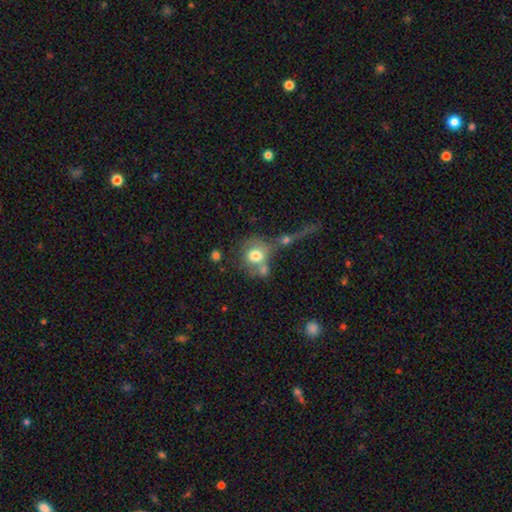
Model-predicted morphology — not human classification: This is likely a smooth galaxy (72%). How rounded: likely round (76%). Merging: marginally merger (42%).